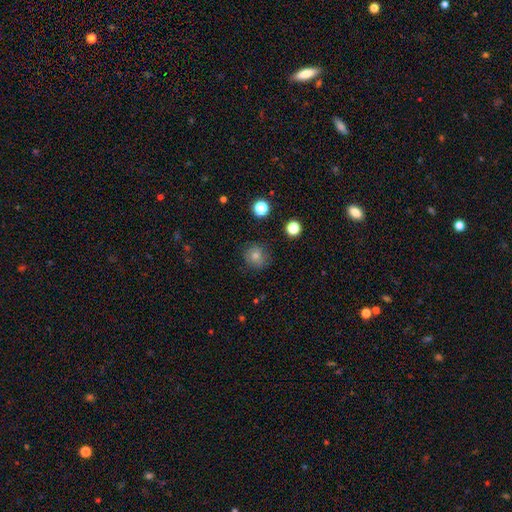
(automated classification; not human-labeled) Smooth or featured? smooth (75%)
How rounded? round (89%)
Merging? none (80%)